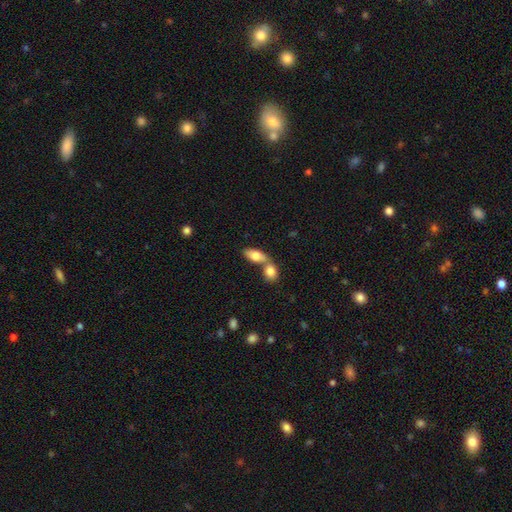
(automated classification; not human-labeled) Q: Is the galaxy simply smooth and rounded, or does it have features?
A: smooth — 78%.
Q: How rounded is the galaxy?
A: in between — 85%.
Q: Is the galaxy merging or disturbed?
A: merger — 60%.